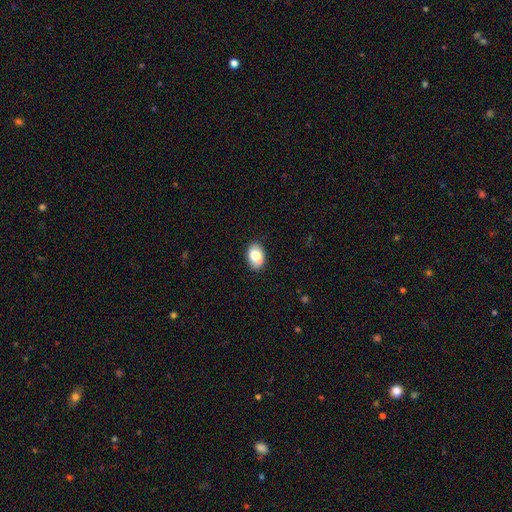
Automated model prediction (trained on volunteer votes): Q: Smooth or featured?
A: smooth (82%); runner-up: featured or disk (10%)
Q: How rounded?
A: in between (87%); runner-up: round (12%)
Q: Merging?
A: none (85%); runner-up: minor disturbance (11%)